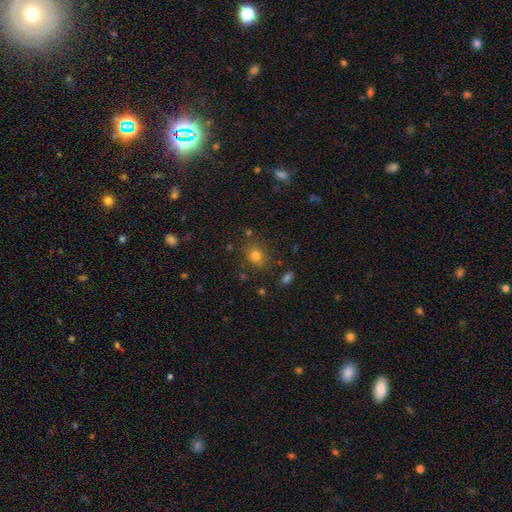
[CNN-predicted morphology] smooth 76%, star or artifact 16%, featured or disk 8%. Down the decision tree: how rounded — round (60%); merging — none (80%).